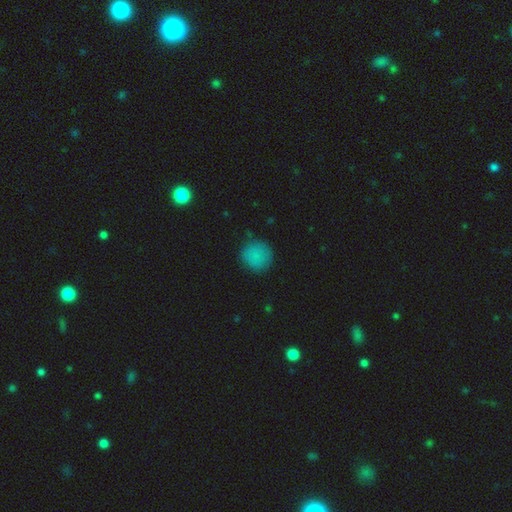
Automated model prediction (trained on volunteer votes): Q: Smooth or featured?
A: smooth (83%); runner-up: star or artifact (12%)
Q: How rounded?
A: round (93%); runner-up: in between (6%)
Q: Merging?
A: none (81%); runner-up: minor disturbance (14%)